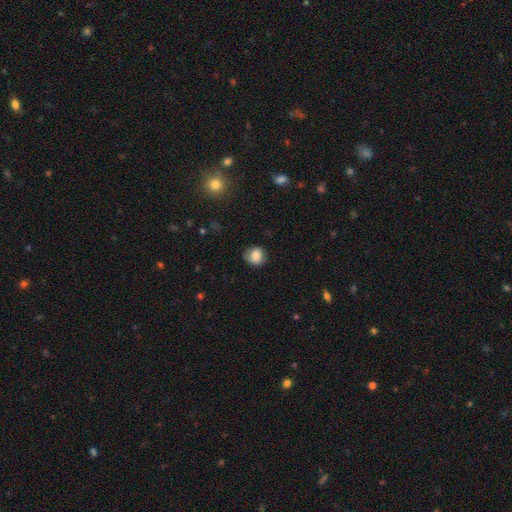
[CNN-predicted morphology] A smooth galaxy with no disk features (81%) that is round (79%).

Vote fractions:
- Smooth or featured? smooth: 81% / featured or disk: 10% / star or artifact: 9%
- How rounded? round: 79% / in between: 20% / cigar-shaped: 1%
- Merging? none: 80% / minor disturbance: 15% / major disturbance: 3% / merger: 1%